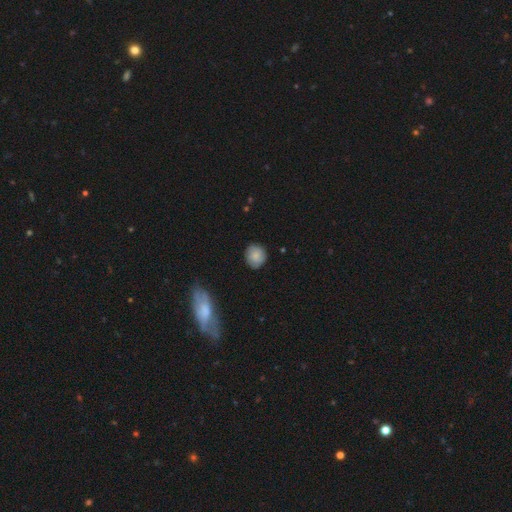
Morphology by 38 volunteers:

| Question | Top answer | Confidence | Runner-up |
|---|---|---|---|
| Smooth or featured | smooth | 79% | featured or disk (16%) |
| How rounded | round | 80% | in between (20%) |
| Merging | none | 78% | minor disturbance (17%) |